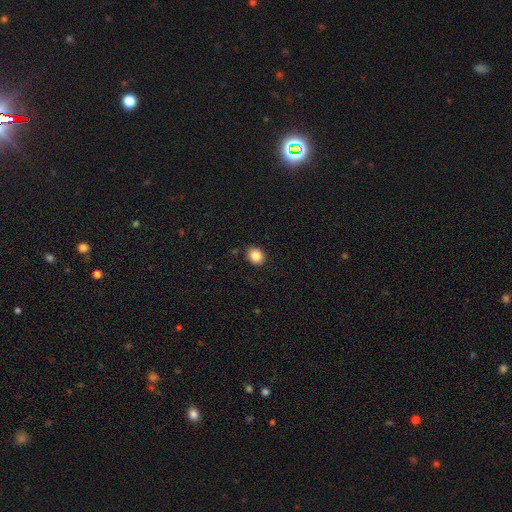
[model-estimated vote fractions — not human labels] The model was most divided on "how rounded": round: 59%, in between: 40%, cigar-shaped: 1%. More confident: merging — none (89%); smooth or featured — smooth (86%).